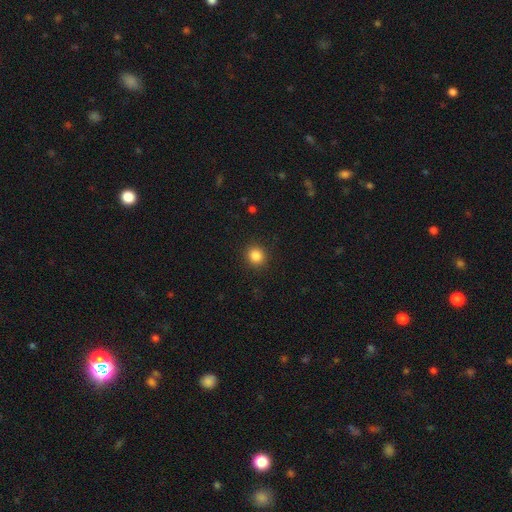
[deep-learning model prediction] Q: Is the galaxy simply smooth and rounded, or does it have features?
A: smooth — 85%.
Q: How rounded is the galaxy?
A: round — 89%.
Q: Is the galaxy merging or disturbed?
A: none — 91%.